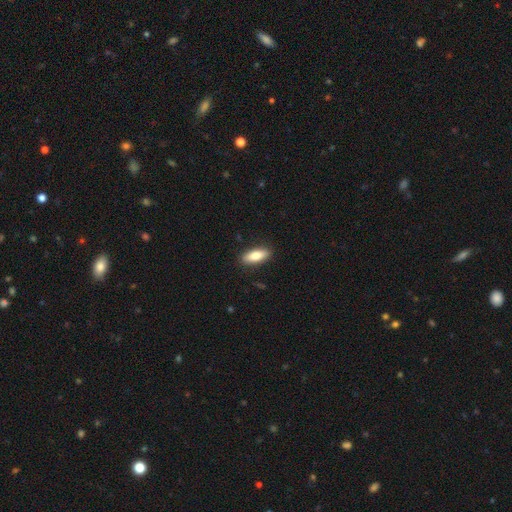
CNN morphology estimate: smooth 80%, featured or disk 14%, star or artifact 6%. Down the decision tree: how rounded — in between (73%); merging — none (88%).